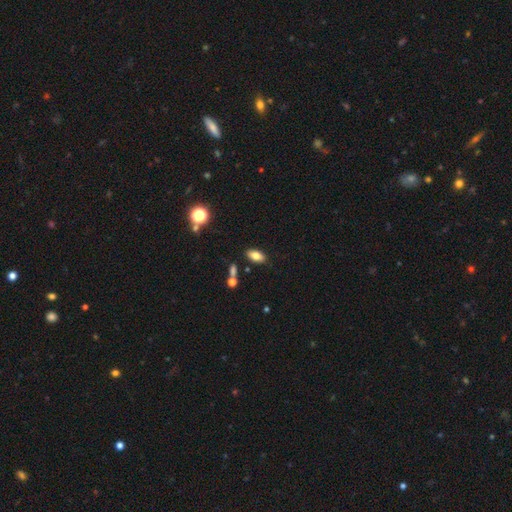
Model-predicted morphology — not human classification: This is likely a smooth galaxy (77%). How rounded: clearly in between (89%). Merging: clearly none (83%).